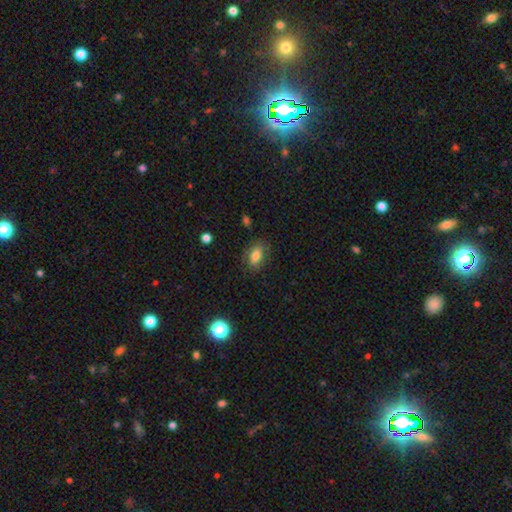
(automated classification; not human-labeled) smooth-or-featured: smooth: 74% | featured or disk: 16% | star or artifact: 9%
  how-rounded: in between: 83% | round: 9% | cigar-shaped: 8%
  merging: none: 77% | minor disturbance: 16% | major disturbance: 5% | merger: 1%